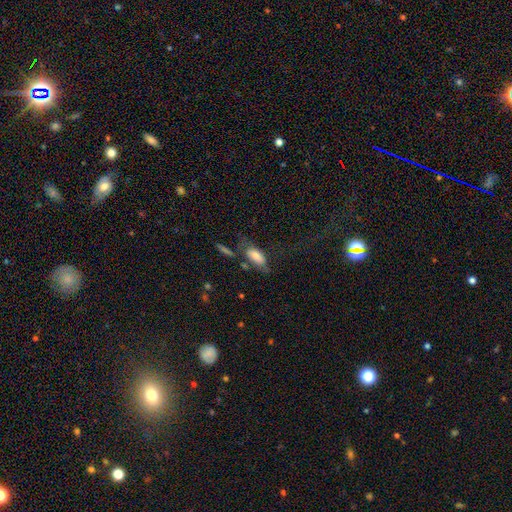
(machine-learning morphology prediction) smooth 73%, featured or disk 19%, star or artifact 7%. Down the decision tree: how rounded — in between (87%); merging — none (42%).